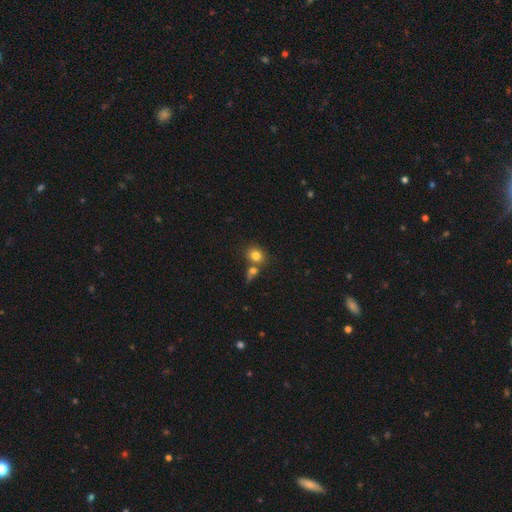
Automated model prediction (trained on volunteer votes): The model was most divided on "merging": none: 54%, merger: 31%, minor disturbance: 10%, major disturbance: 4%. More confident: smooth or featured — smooth (80%); how rounded — round (68%).